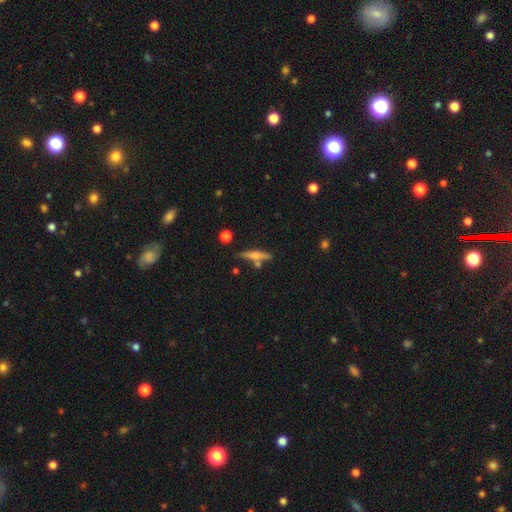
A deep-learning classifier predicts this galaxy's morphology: Smooth or featured? Predicted: smooth (p=0.47). Merging? Predicted: none (p=0.73).